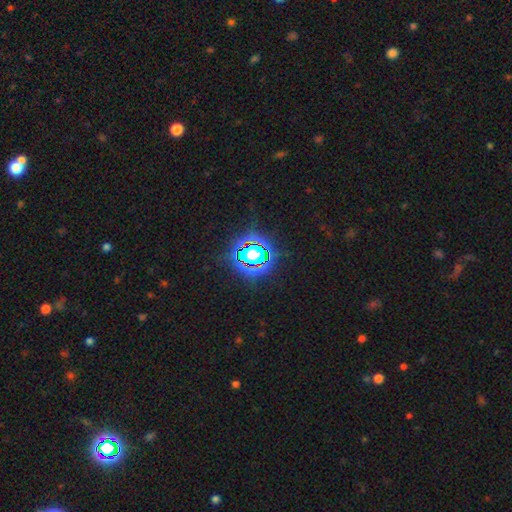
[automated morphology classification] A star or artifact, not a galaxy (81%).